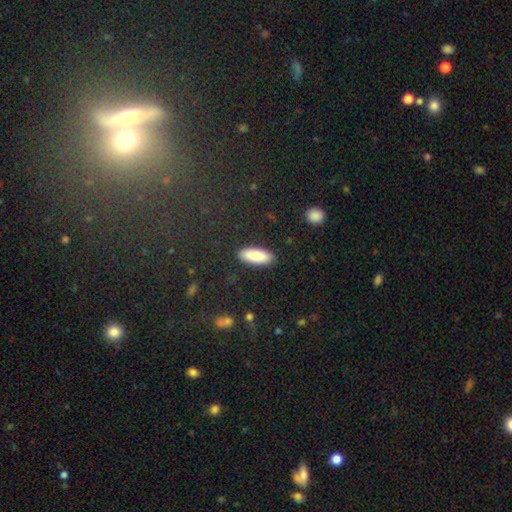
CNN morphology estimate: type=smooth (88%); roundness=in between (69%); merging=none (89%).